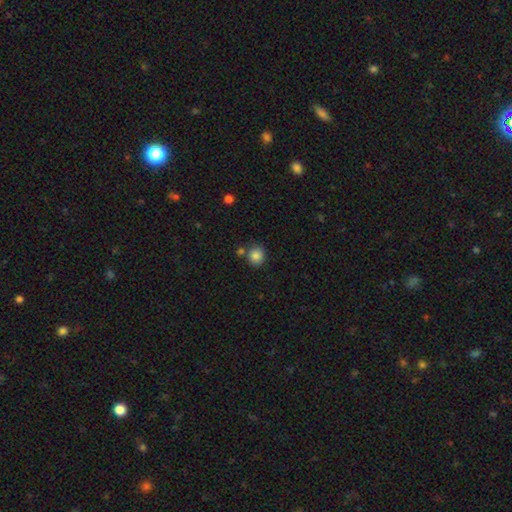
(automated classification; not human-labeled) smooth 84%, star or artifact 10%, featured or disk 6%. Down the decision tree: how rounded — round (80%); merging — none (73%).